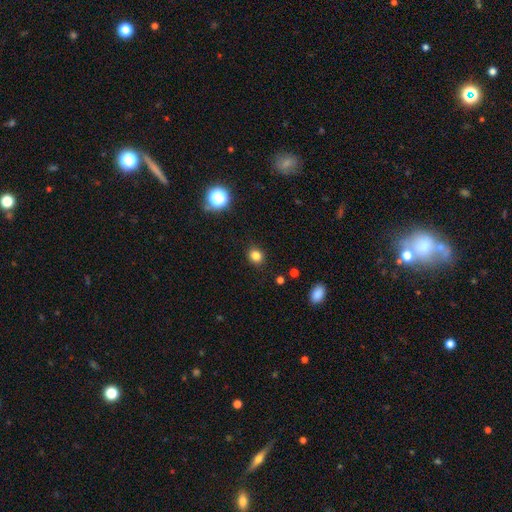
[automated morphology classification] smooth_or_featured: smooth (p=0.81) [alt: star or artifact p=0.14]
how_rounded: round (p=0.75) [alt: in between p=0.24]
merging: none (p=0.89) [alt: minor disturbance p=0.07]